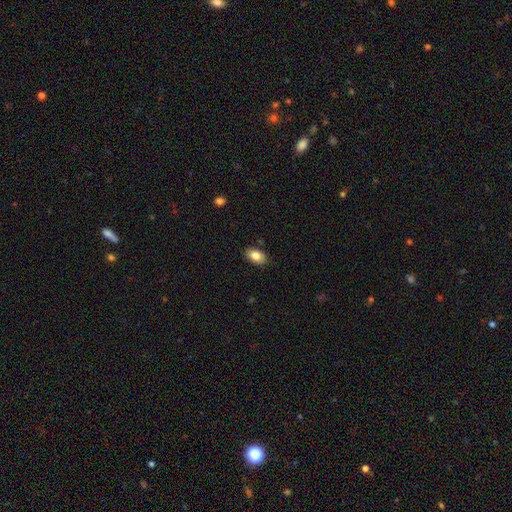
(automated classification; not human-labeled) smooth-or-featured: smooth: 84% | featured or disk: 8% | star or artifact: 8%
  how-rounded: in between: 89% | round: 9% | cigar-shaped: 2%
  merging: none: 86% | minor disturbance: 11% | major disturbance: 2% | merger: 1%